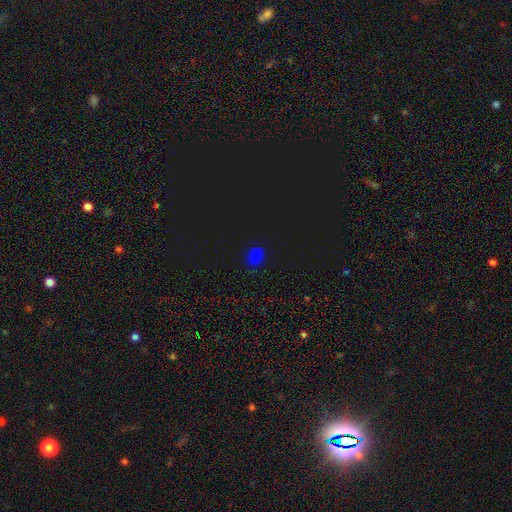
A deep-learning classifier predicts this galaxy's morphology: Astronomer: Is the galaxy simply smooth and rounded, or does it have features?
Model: smooth — 59% (runner-up: star or artifact, 37%).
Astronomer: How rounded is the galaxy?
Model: in between — 72%.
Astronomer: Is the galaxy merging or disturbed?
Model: none — 81%.